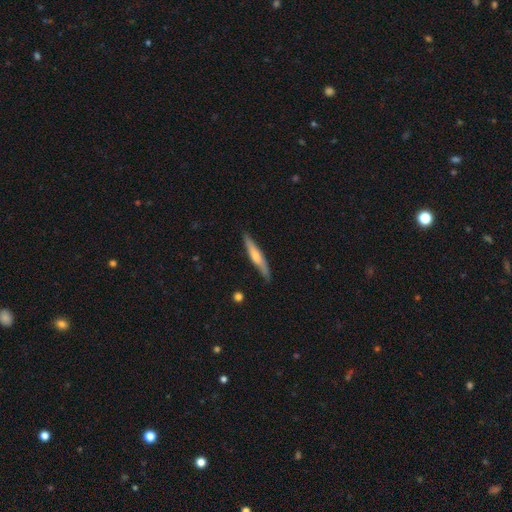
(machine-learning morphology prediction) Smooth or featured? Predicted: smooth (p=0.53). How rounded? Predicted: cigar-shaped (p=0.91). Merging? Predicted: none (p=0.80).